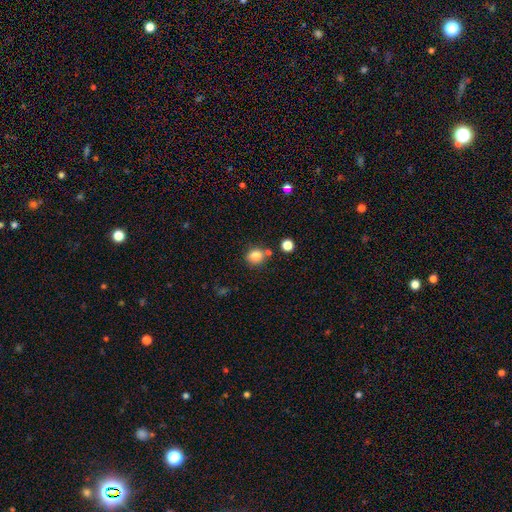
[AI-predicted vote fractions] Q: Smooth or featured?
A: smooth (82%); runner-up: star or artifact (12%)
Q: How rounded?
A: round (79%); runner-up: in between (20%)
Q: Merging?
A: none (72%); runner-up: merger (13%)